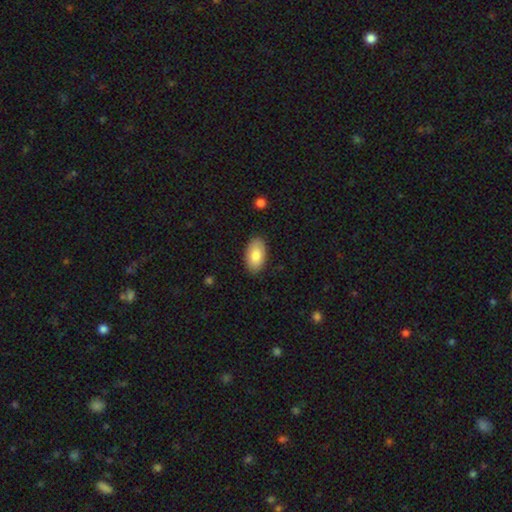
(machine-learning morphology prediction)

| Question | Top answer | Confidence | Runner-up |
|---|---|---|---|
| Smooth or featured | smooth | 83% | featured or disk (11%) |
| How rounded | in between | 95% | round (3%) |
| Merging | none | 87% | minor disturbance (10%) |